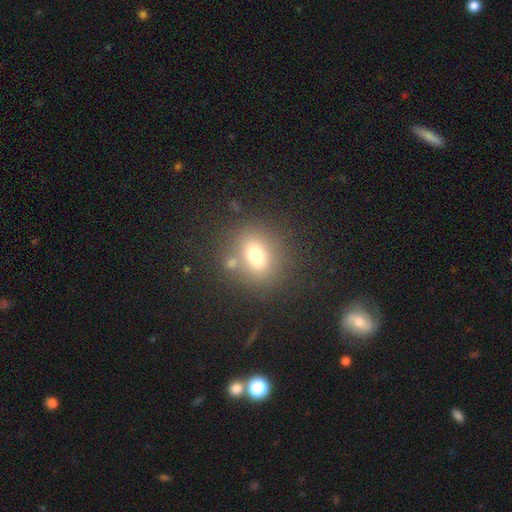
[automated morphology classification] A smooth galaxy with no disk features (72%) that is round (60%). Merging: none (74%).